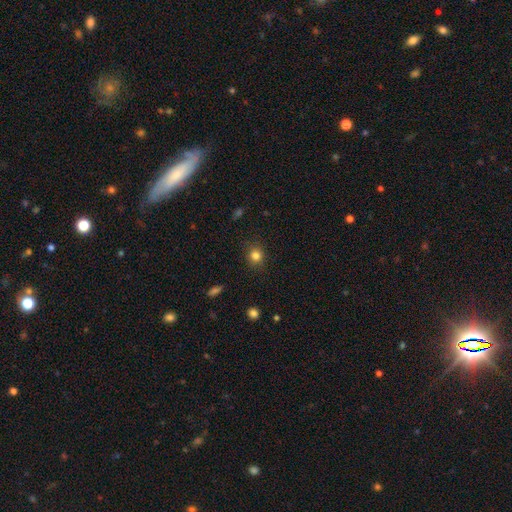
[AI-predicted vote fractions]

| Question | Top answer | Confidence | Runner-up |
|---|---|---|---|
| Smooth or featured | smooth | 81% | star or artifact (13%) |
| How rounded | round | 85% | in between (14%) |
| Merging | none | 87% | minor disturbance (9%) |